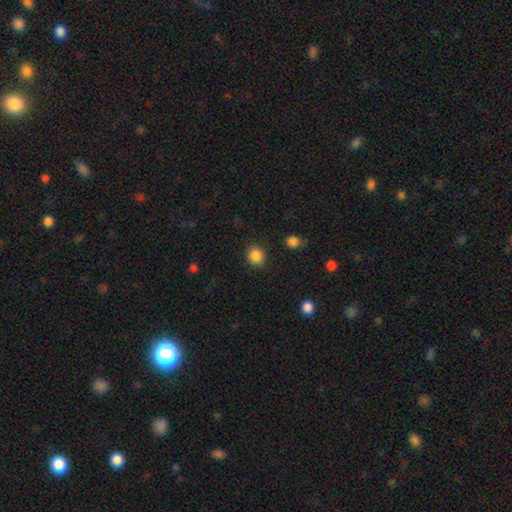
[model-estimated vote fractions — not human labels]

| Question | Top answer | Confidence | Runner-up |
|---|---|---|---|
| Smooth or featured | smooth | 87% | star or artifact (10%) |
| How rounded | round | 83% | in between (16%) |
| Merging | none | 88% | minor disturbance (7%) |